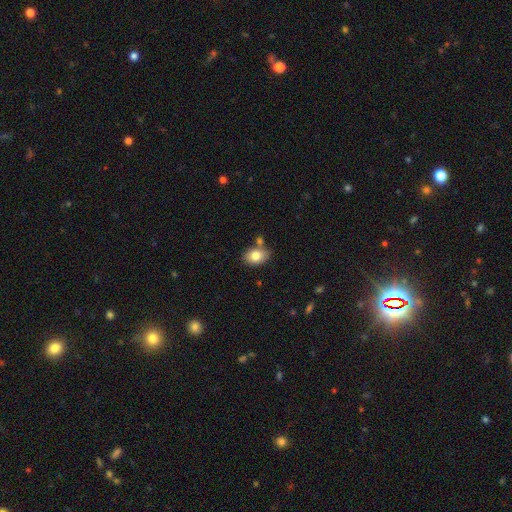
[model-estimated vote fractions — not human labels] smooth-or-featured: smooth: 81% | featured or disk: 10% | star or artifact: 8%
  how-rounded: in between: 76% | round: 23% | cigar-shaped: 1%
  merging: none: 71% | minor disturbance: 14% | merger: 11% | major disturbance: 3%